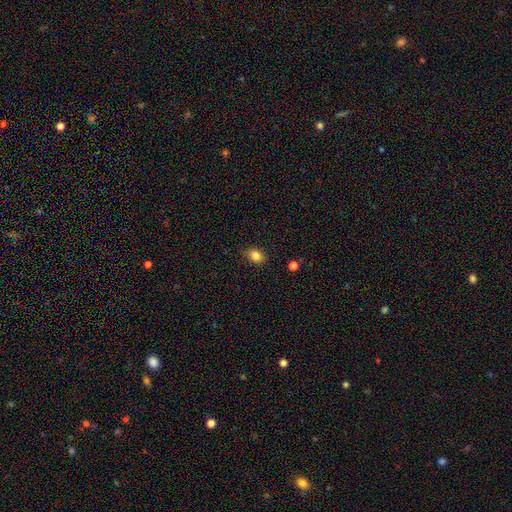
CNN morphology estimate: The model was most divided on "how rounded": in between: 64%, round: 35%, cigar-shaped: 1%. More confident: smooth or featured — smooth (84%); merging — none (83%).